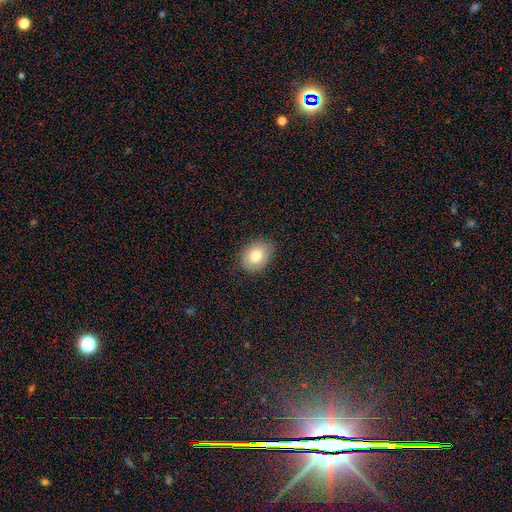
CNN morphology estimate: smooth 77%, featured or disk 15%, star or artifact 8%. Down the decision tree: how rounded — in between (64%); merging — none (81%).